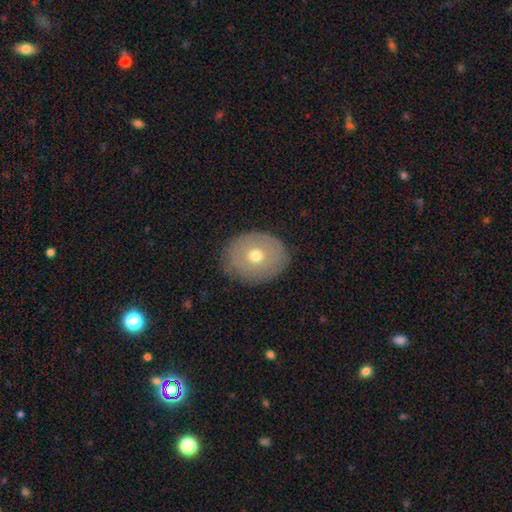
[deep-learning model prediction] This appears to be a smooth galaxy with no disk features (57%) that is round (56%). Merging: none (82%).